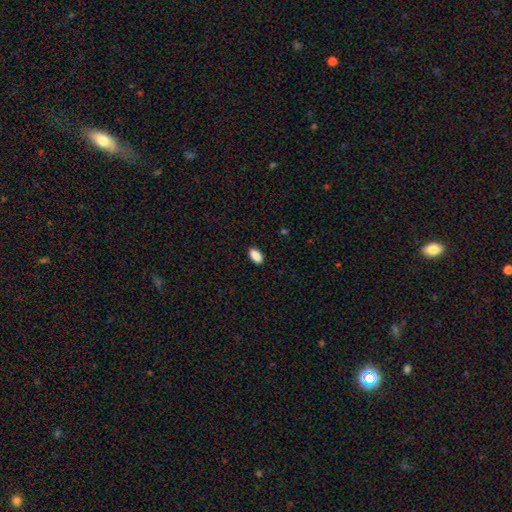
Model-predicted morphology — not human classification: Smooth or featured: smooth — 90% (star or artifact — 7%)
How rounded: in between — 92% (cigar-shaped — 5%)
Merging: none — 89% (minor disturbance — 8%)